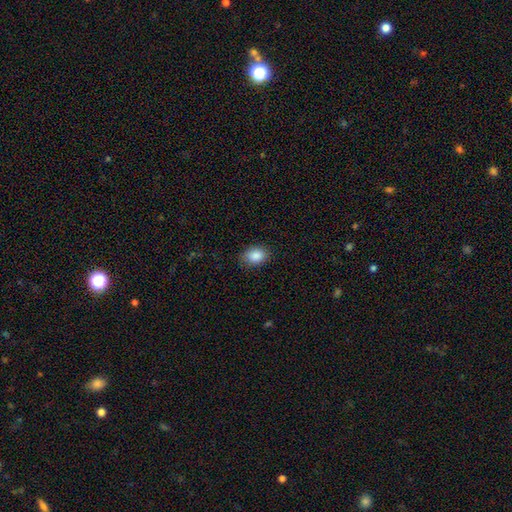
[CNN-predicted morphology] Overall: smooth (88%). How rounded: in between (75%). Merging: none (85%).